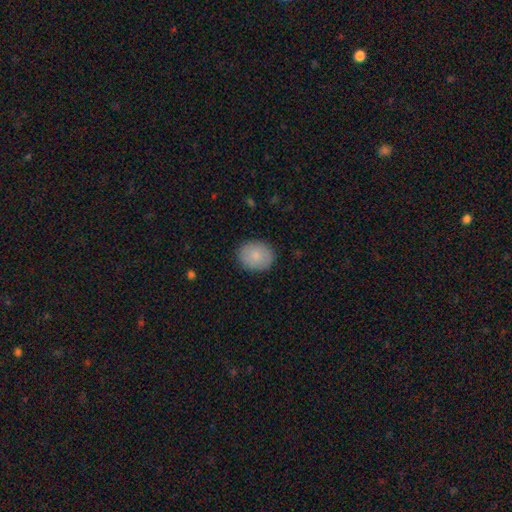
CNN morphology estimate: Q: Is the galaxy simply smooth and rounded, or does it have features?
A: smooth — 84%.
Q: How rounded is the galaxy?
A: round — 53%.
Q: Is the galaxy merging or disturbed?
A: none — 88%.